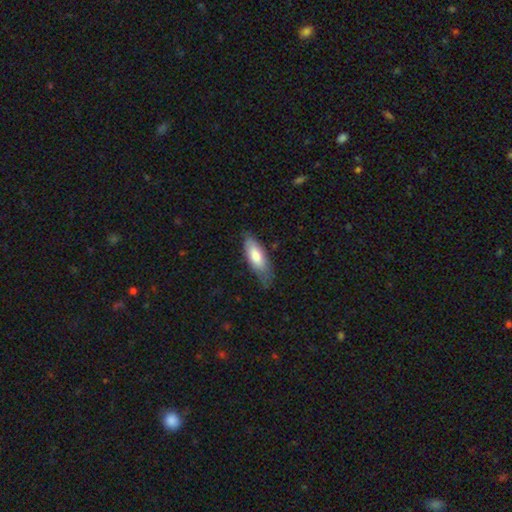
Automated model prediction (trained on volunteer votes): A smooth galaxy with no disk features (74%) that is in between round and cigar-shaped (67%).

Vote fractions:
- Smooth or featured? smooth: 74% / featured or disk: 20% / star or artifact: 6%
- How rounded? in between: 67% / cigar-shaped: 32% / round: 2%
- Merging? none: 66% / minor disturbance: 27% / major disturbance: 6% / merger: 1%